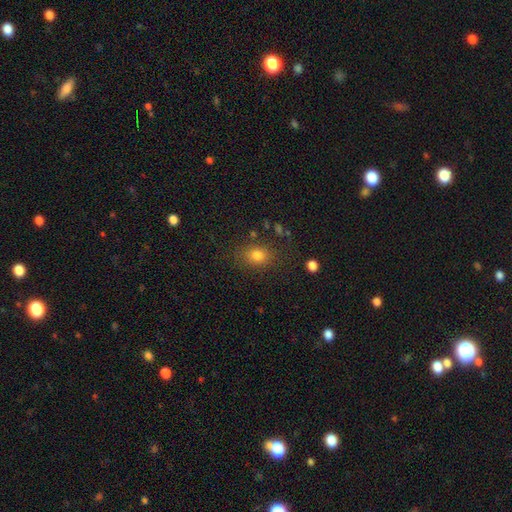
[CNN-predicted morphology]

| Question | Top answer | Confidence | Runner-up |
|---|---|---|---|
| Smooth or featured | smooth | 72% | star or artifact (19%) |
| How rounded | in between | 58% | round (40%) |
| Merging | none | 83% | minor disturbance (11%) |